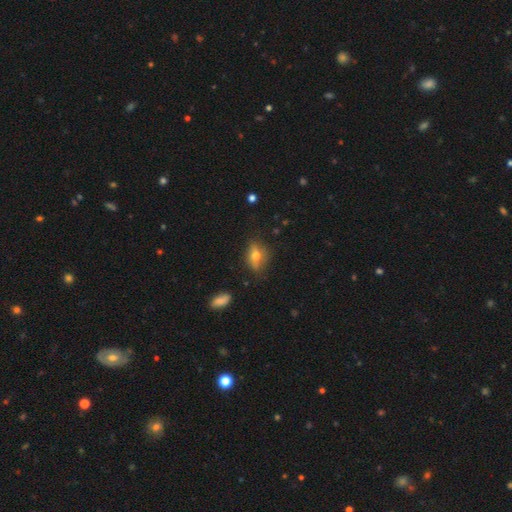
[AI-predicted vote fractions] Smooth or featured? Predicted: smooth (p=0.58). How rounded? Predicted: in between (p=0.72). Merging? Predicted: none (p=0.71).